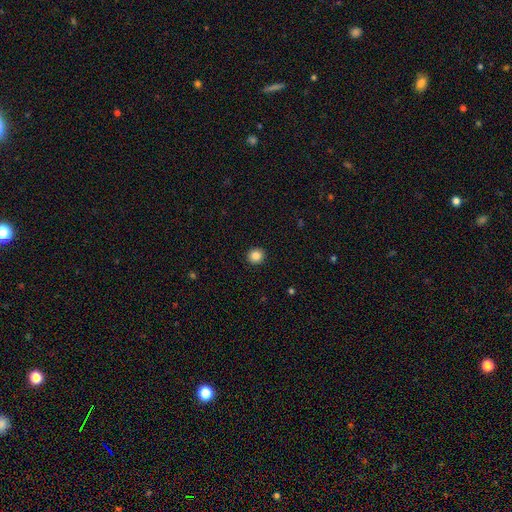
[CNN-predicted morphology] Smooth or featured: smooth — 86% (star or artifact — 10%)
How rounded: round — 90% (in between — 9%)
Merging: none — 92% (minor disturbance — 5%)